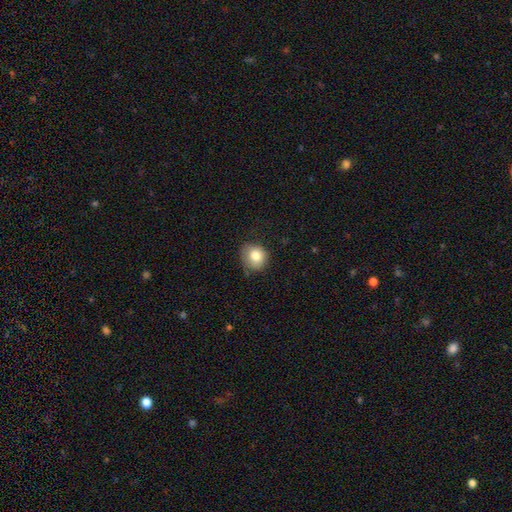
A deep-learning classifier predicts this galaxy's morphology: A smooth galaxy with no disk features (81%) that is round (77%).

Vote fractions:
- Smooth or featured? smooth: 81% / featured or disk: 9% / star or artifact: 9%
- How rounded? round: 77% / in between: 22% / cigar-shaped: 1%
- Merging? none: 66% / minor disturbance: 26% / major disturbance: 6% / merger: 2%